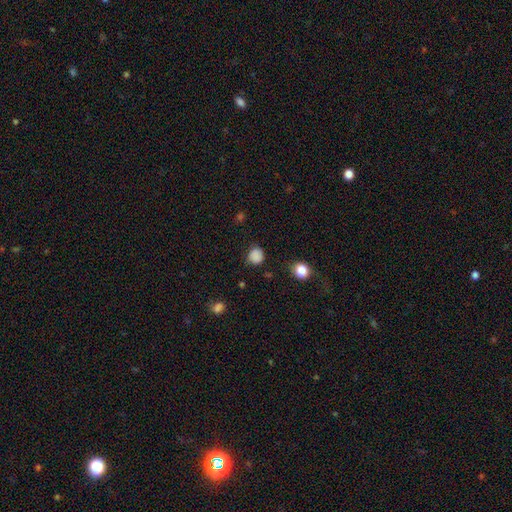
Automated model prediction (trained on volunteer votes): Morphology: type=smooth (84%); roundness=round (83%); merging=none (76%).